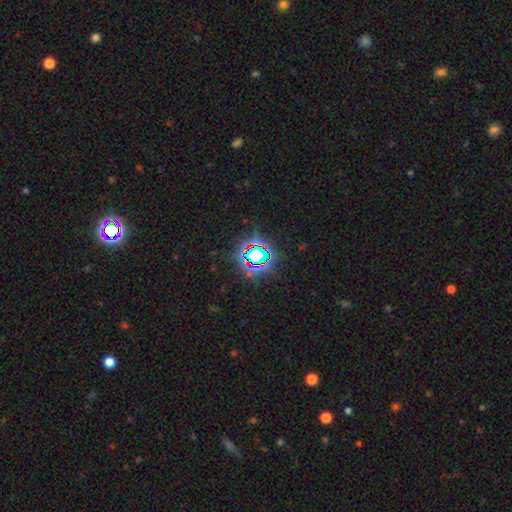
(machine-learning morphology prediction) A star or artifact, not a galaxy (72%).

Vote fractions:
- Smooth or featured? star or artifact: 72% / smooth: 18% / featured or disk: 11%